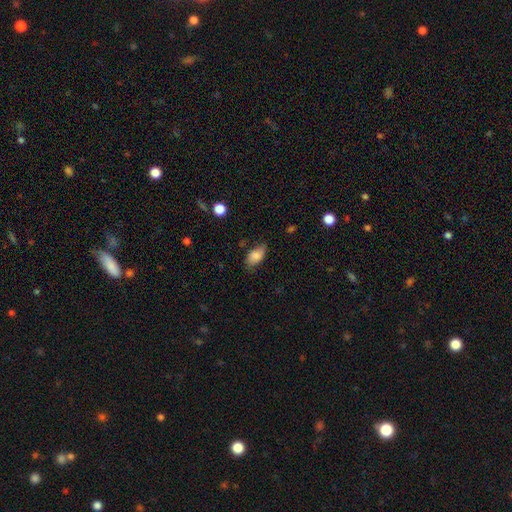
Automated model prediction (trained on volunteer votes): Smooth or featured: smooth — 81% (featured or disk — 11%)
How rounded: in between — 91% (round — 6%)
Merging: none — 66% (minor disturbance — 26%)